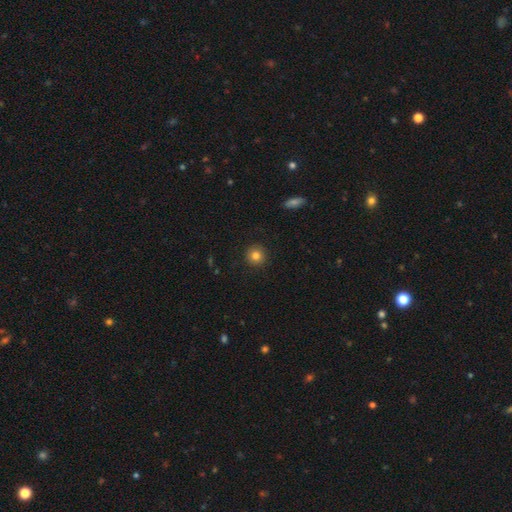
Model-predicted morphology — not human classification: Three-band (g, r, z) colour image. It shows a smooth galaxy with no disk features (82%) that is round (94%). Merging: none (92%).